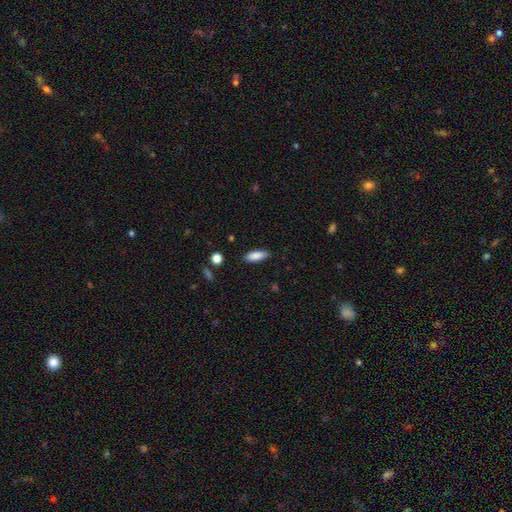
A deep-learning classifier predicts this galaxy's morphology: A smooth galaxy with no disk features (86%) that is in between round and cigar-shaped (72%).

Vote fractions:
- Smooth or featured? smooth: 86% / featured or disk: 7% / star or artifact: 7%
- How rounded? in between: 72% / cigar-shaped: 27% / round: 2%
- Merging? none: 86% / minor disturbance: 10% / major disturbance: 2% / merger: 1%